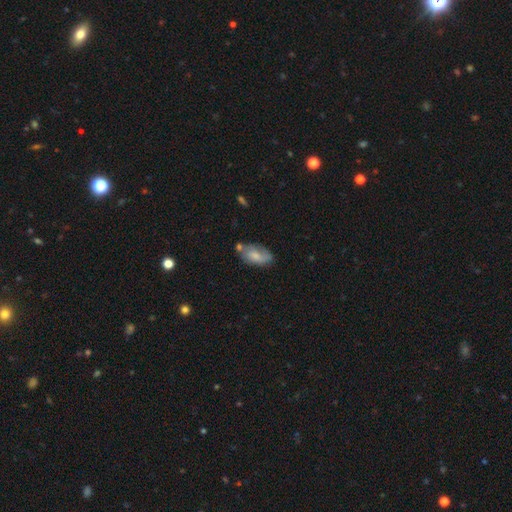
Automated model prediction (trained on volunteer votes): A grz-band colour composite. It shows a smooth galaxy with no disk features (67%) that is in between round and cigar-shaped (91%). Merging: none (51%).